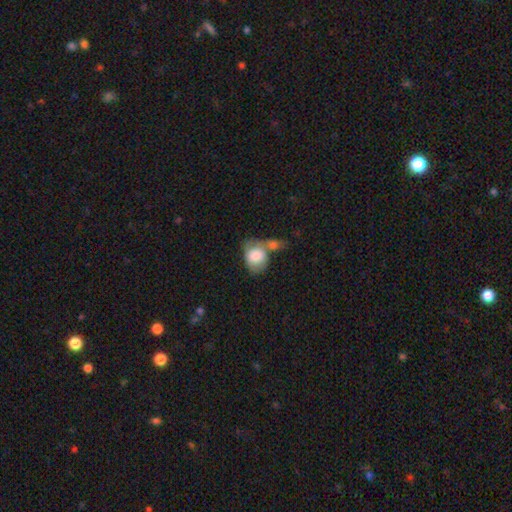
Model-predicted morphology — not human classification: The model was most divided on "how rounded": round: 50%, in between: 49%, cigar-shaped: 1%. Remaining: smooth or featured — smooth (79%); merging — merger (49%).